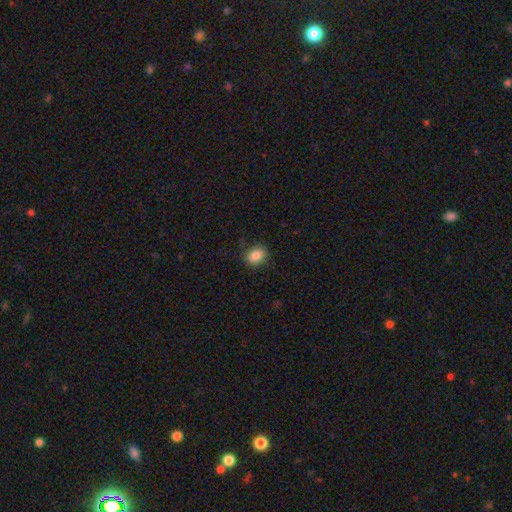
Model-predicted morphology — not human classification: This appears to be a smooth galaxy with no disk features (85%) that is in between round and cigar-shaped (53%). Merging: none (85%).